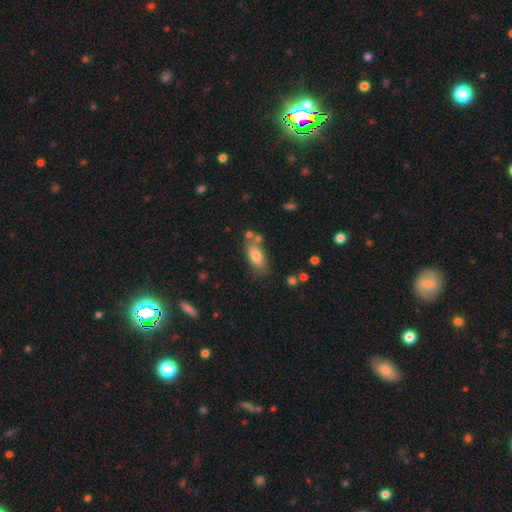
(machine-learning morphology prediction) Q: Smooth or featured?
A: smooth (77%); runner-up: featured or disk (15%)
Q: How rounded?
A: in between (84%); runner-up: cigar-shaped (13%)
Q: Merging?
A: none (66%); runner-up: minor disturbance (17%)